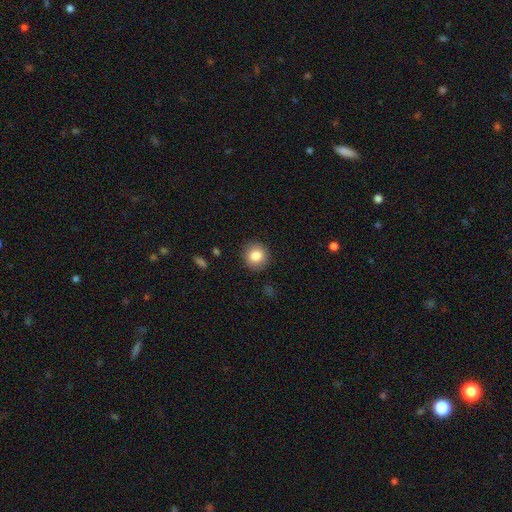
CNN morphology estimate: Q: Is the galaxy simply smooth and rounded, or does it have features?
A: smooth — 84%.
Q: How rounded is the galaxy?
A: round — 91%.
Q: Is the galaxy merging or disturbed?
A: none — 90%.